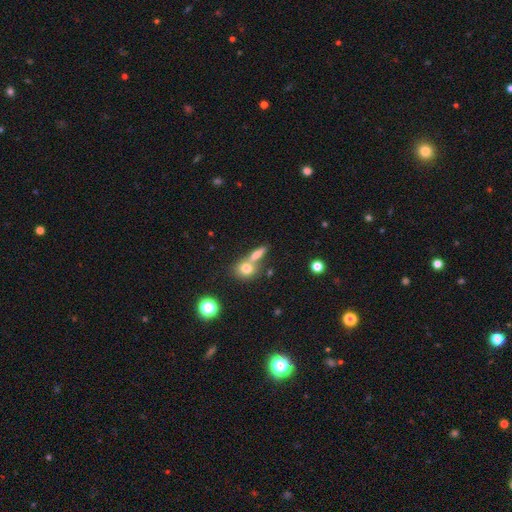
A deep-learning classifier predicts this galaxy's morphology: A smooth galaxy with no disk features (67%) that is in between round and cigar-shaped (43%). Merging: merger (48%).